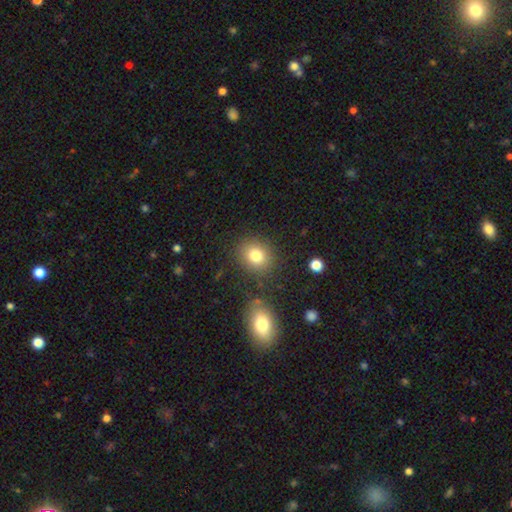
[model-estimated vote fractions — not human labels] A smooth galaxy with no disk features (80%) that is round (65%).

Vote fractions:
- Smooth or featured? smooth: 80% / star or artifact: 11% / featured or disk: 9%
- How rounded? round: 65% / in between: 34% / cigar-shaped: 1%
- Merging? none: 83% / minor disturbance: 9% / merger: 4% / major disturbance: 3%